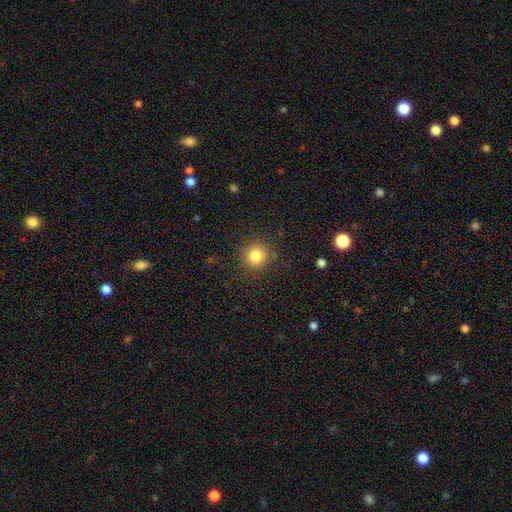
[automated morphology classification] smooth 82%, star or artifact 12%, featured or disk 6%. Down the decision tree: how rounded — round (93%); merging — none (87%).